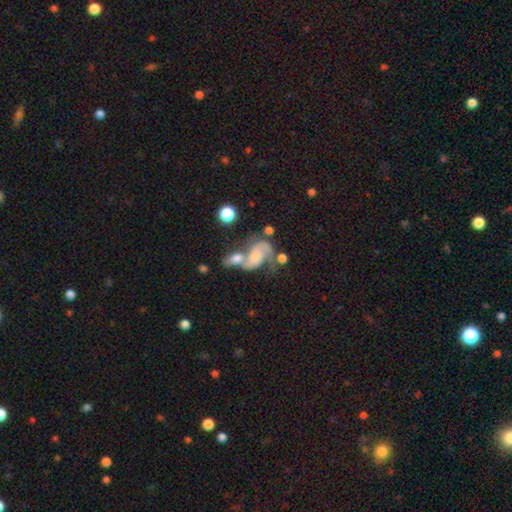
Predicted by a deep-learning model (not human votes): Smooth or featured: featured or disk — 70% (smooth — 21%)
Edge-on disk: no — 97% (yes — 3%)
Bar: no — 63% (weak — 28%)
Spiral arms: yes — 89% (no — 11%)
Spiral winding: loose — 43% (medium — 42%)
Spiral arm count: 2 — 77% (1 — 14%)
Bulge size: small — 34% (none — 28%)
Merging: merger — 47% (none — 22%)